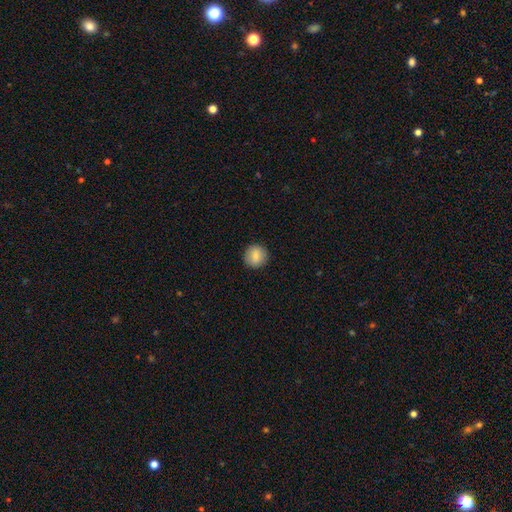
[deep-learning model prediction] Overall: smooth (85%). How rounded: round (92%). Merging: none (91%).